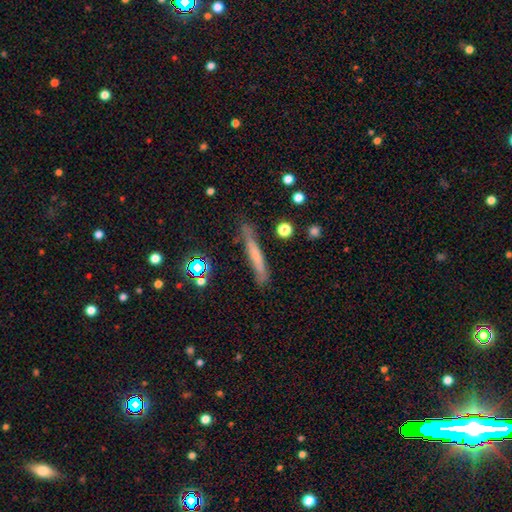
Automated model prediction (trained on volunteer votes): Smooth or featured? smooth (53%)
How rounded? cigar-shaped (93%)
Merging? none (77%)